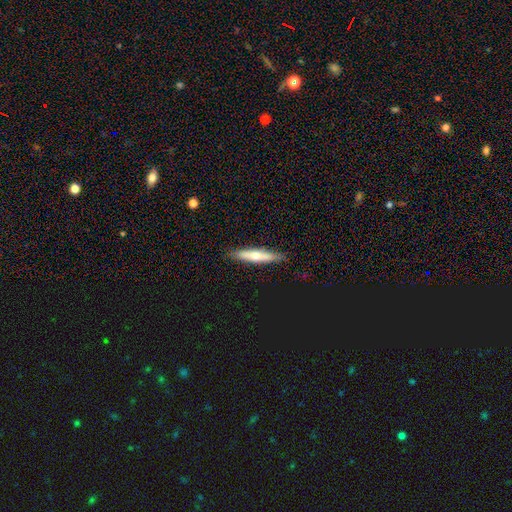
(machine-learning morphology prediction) A smooth galaxy with no disk features (54%) that is cigar-shaped (87%).

Vote fractions:
- Smooth or featured? smooth: 54% / featured or disk: 39% / star or artifact: 6%
- How rounded? cigar-shaped: 87% / in between: 12% / round: 2%
- Merging? none: 88% / minor disturbance: 9% / major disturbance: 2% / merger: 1%